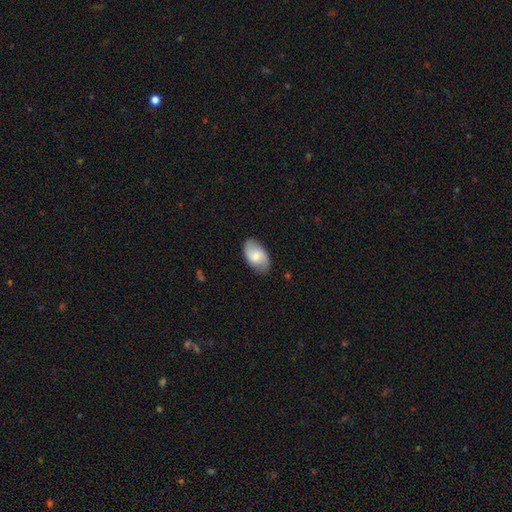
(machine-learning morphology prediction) The model was most divided on "smooth or featured": smooth: 59%, featured or disk: 35%, star or artifact: 7%. More confident: how rounded — in between (93%); merging — none (83%).